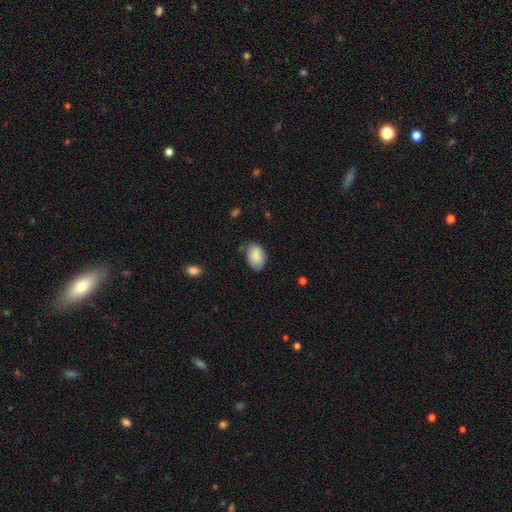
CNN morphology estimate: smooth-or-featured: smooth: 86% | featured or disk: 8% | star or artifact: 6%
  how-rounded: in between: 88% | round: 11% | cigar-shaped: 1%
  merging: none: 71% | minor disturbance: 23% | major disturbance: 4% | merger: 2%